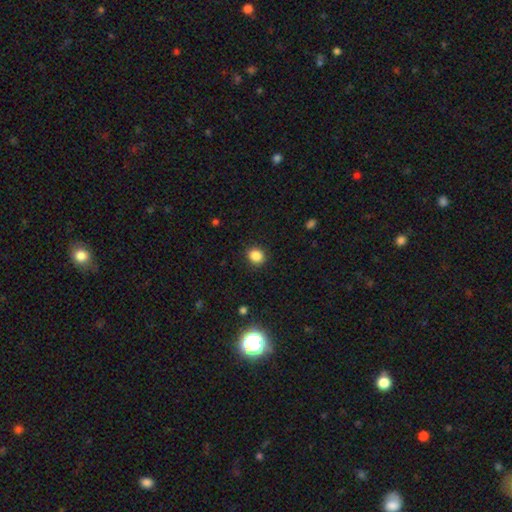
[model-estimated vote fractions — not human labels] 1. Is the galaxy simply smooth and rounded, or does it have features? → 86% smooth, 11% star or artifact, 4% featured or disk.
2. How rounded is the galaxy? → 77% round, 22% in between, 1% cigar-shaped.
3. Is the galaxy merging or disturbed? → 90% none, 7% minor disturbance, 2% major disturbance, 1% merger.